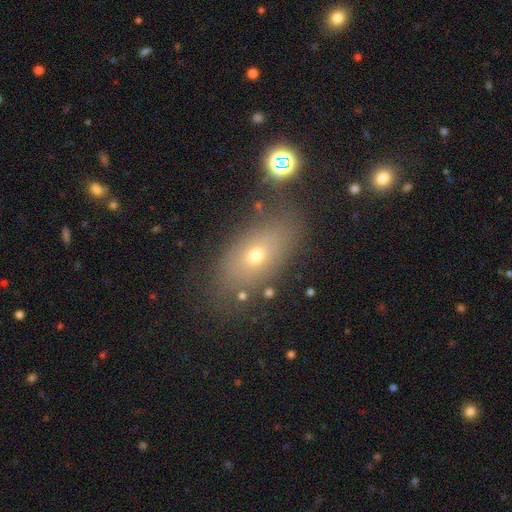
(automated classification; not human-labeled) The model was most divided on "smooth or featured": smooth: 60%, featured or disk: 24%, star or artifact: 16%. More confident: how rounded — in between (81%); merging — none (75%).